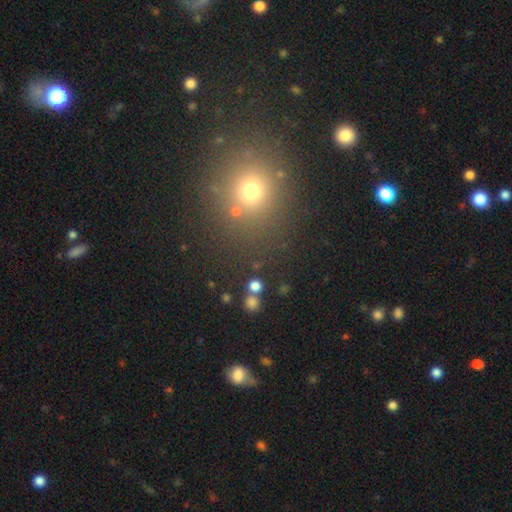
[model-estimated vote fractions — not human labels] A smooth galaxy with no disk features (52%) that is round (79%).

Vote fractions:
- Smooth or featured? smooth: 52% / star or artifact: 39% / featured or disk: 8%
- How rounded? round: 79% / in between: 20% / cigar-shaped: 1%
- Merging? none: 85% / minor disturbance: 8% / merger: 4% / major disturbance: 3%